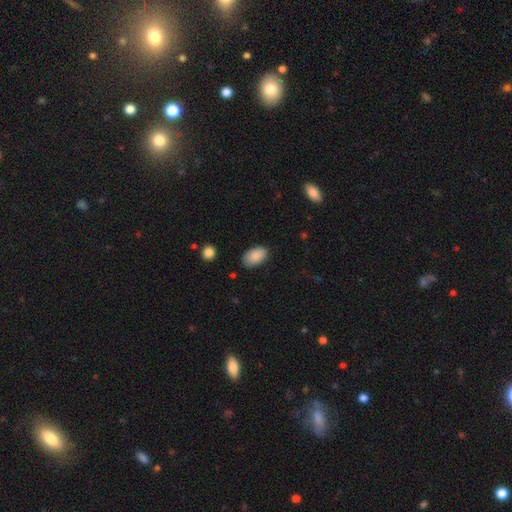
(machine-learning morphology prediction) smooth 89%, star or artifact 7%, featured or disk 5%. Down the decision tree: how rounded — in between (94%); merging — none (83%).